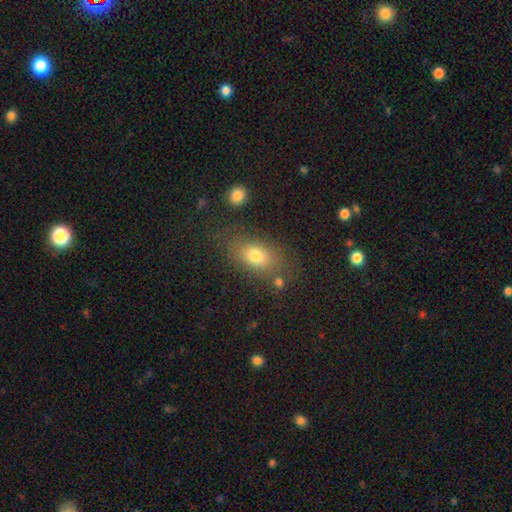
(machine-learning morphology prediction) Smooth or featured? smooth (75%)
How rounded? in between (81%)
Merging? none (72%)